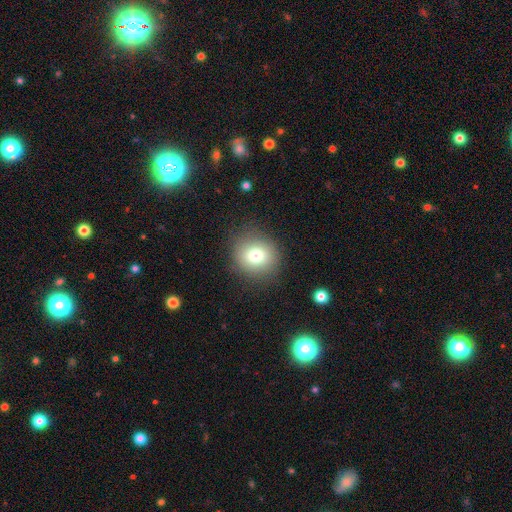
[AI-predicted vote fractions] Smooth or featured? Predicted: smooth (p=0.77). How rounded? Predicted: round (p=0.86). Merging? Predicted: none (p=0.86).